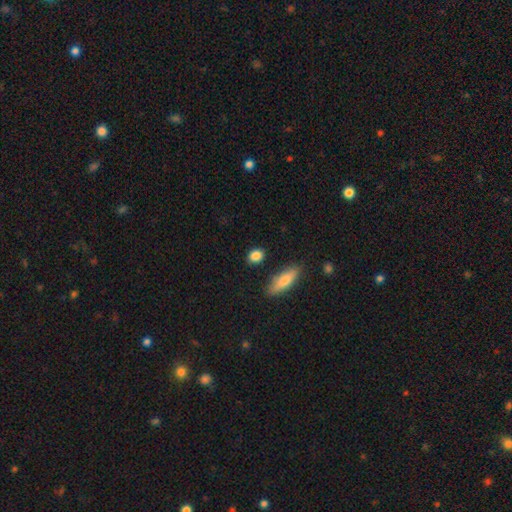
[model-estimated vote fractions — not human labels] smooth_or_featured: smooth (p=0.86) [alt: star or artifact p=0.08]
how_rounded: in between (p=0.53) [alt: round p=0.42]
merging: none (p=0.83) [alt: minor disturbance p=0.11]